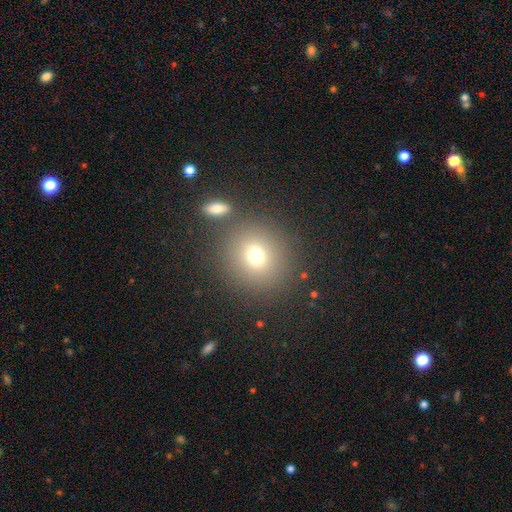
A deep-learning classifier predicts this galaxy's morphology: The model was most divided on "smooth or featured": smooth: 72%, star or artifact: 17%, featured or disk: 11%. More confident: how rounded — round (87%); merging — none (81%).